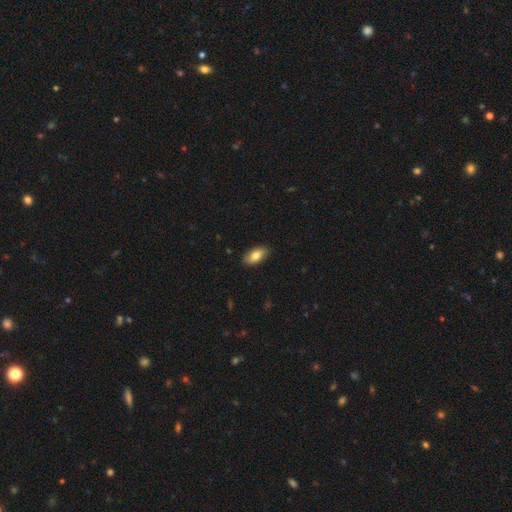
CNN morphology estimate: A smooth galaxy with no disk features (82%) that is in between round and cigar-shaped (93%).

Vote fractions:
- Smooth or featured? smooth: 82% / featured or disk: 11% / star or artifact: 6%
- How rounded? in between: 93% / cigar-shaped: 4% / round: 3%
- Merging? none: 89% / minor disturbance: 9% / major disturbance: 2% / merger: 1%